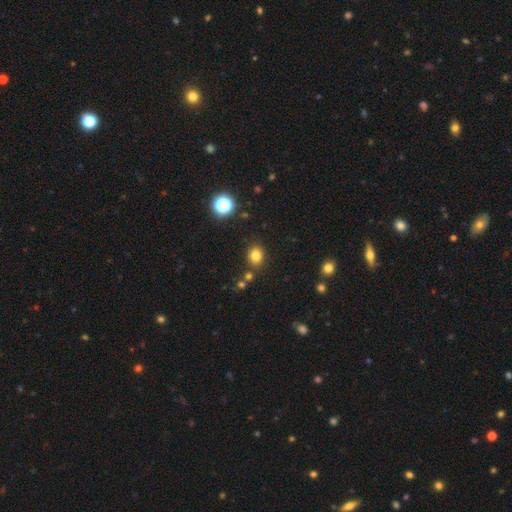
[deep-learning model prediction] Smooth or featured? Predicted: smooth (p=0.79). How rounded? Predicted: round (p=0.65). Merging? Predicted: none (p=0.81).